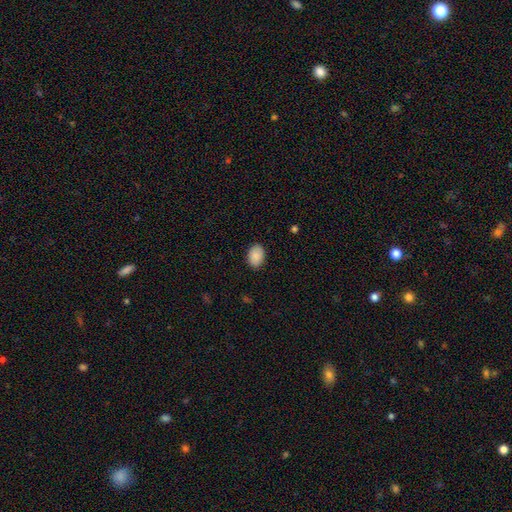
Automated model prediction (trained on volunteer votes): A smooth galaxy with no disk features (90%) that is in between round and cigar-shaped (81%). Merging: none (87%).